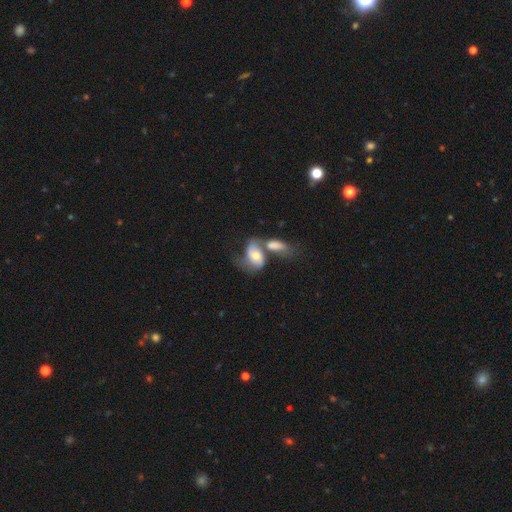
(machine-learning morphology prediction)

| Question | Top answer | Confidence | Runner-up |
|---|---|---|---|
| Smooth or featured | featured or disk | 50% | smooth (43%) |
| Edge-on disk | no | 94% | yes (6%) |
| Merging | merger | 59% | none (18%) |